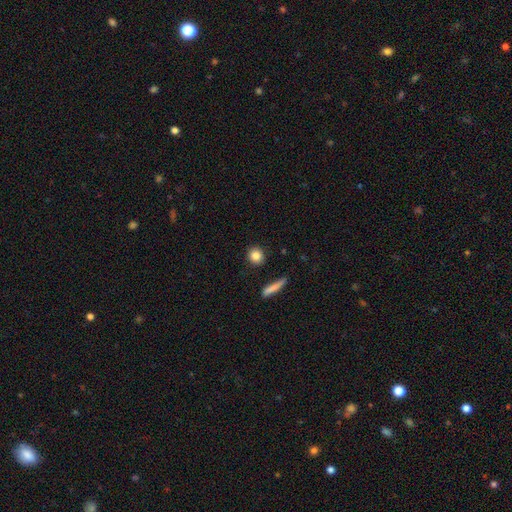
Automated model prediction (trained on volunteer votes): Q: Smooth or featured?
A: smooth (85%); runner-up: star or artifact (9%)
Q: How rounded?
A: round (82%); runner-up: in between (14%)
Q: Merging?
A: none (89%); runner-up: minor disturbance (7%)